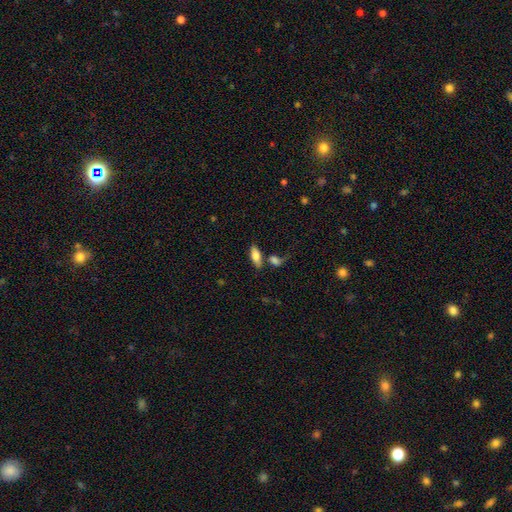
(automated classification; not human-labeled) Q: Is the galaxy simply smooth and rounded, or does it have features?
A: smooth — 71%.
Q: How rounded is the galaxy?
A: in between — 78%.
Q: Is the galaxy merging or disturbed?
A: none — 66%.